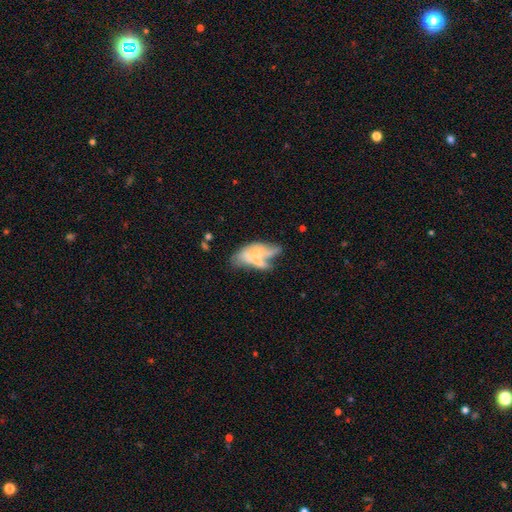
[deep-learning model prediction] featured or disk 50%, smooth 41%, star or artifact 9%. Down the decision tree: merging — merger (36%).